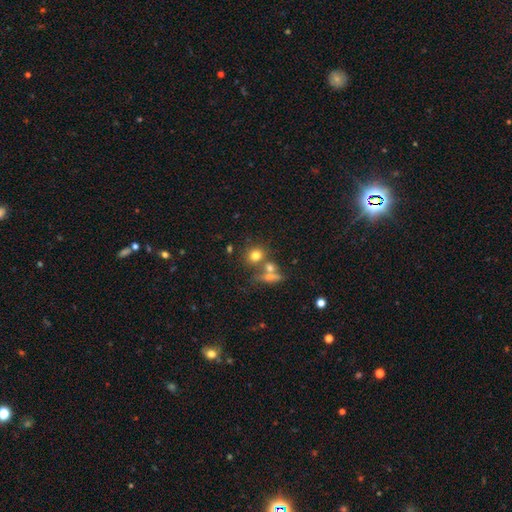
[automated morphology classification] type=smooth (75%); roundness=round (78%); merging=none (57%).